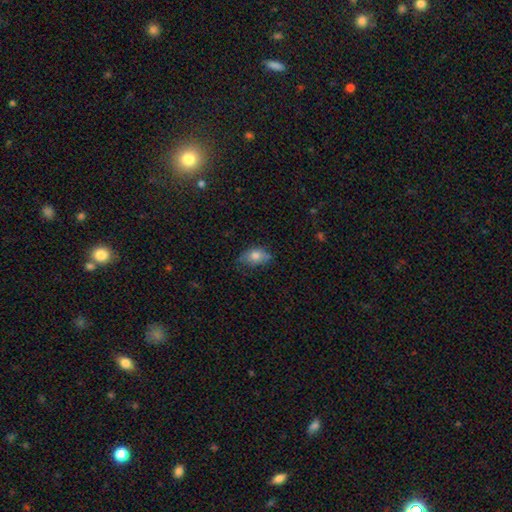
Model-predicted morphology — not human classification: This is likely a smooth galaxy (77%). How rounded: clearly in between (83%). Merging: possibly none (60%).